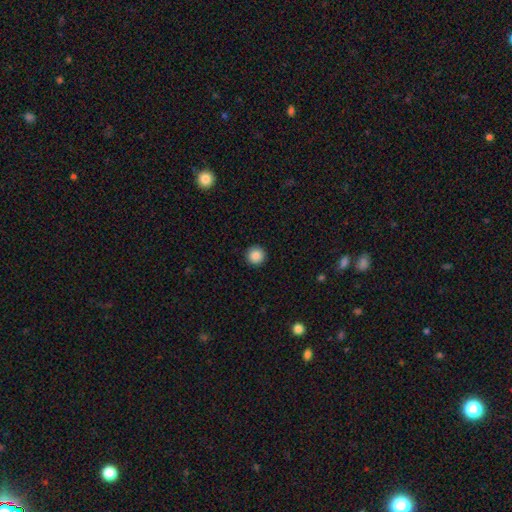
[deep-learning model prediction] Smooth or featured: smooth — 87% (star or artifact — 10%)
How rounded: round — 96% (in between — 3%)
Merging: none — 93% (minor disturbance — 4%)